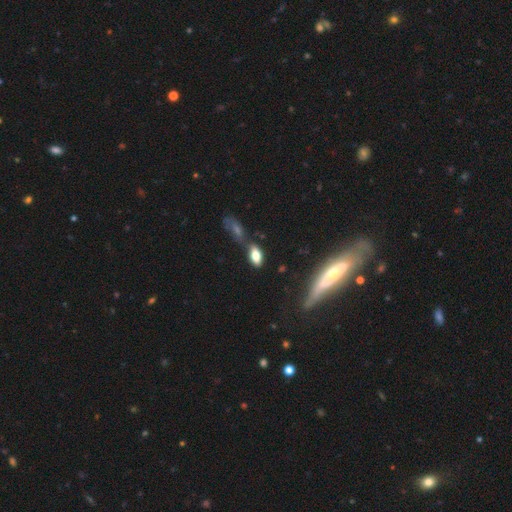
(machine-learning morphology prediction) This is likely a smooth galaxy (74%). How rounded: clearly in between (88%). Merging: possibly none (52%).